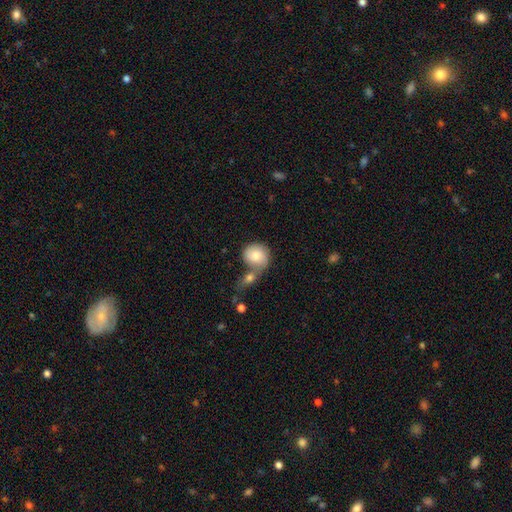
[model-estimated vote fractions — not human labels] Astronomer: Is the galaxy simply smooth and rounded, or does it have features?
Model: smooth — 74%.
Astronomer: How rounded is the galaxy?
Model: round — 77%.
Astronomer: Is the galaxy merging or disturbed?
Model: merger — 51% (runner-up: none, 30%).